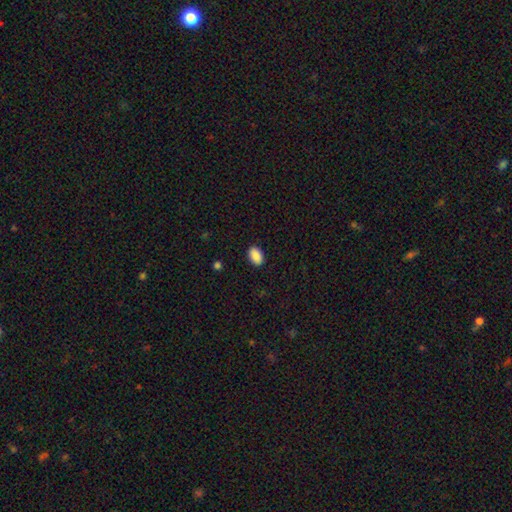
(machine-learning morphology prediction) A smooth galaxy with no disk features (89%) that is in between round and cigar-shaped (89%).

Vote fractions:
- Smooth or featured? smooth: 89% / star or artifact: 7% / featured or disk: 4%
- How rounded? in between: 89% / round: 10% / cigar-shaped: 1%
- Merging? none: 90% / minor disturbance: 8% / major disturbance: 2% / merger: 1%